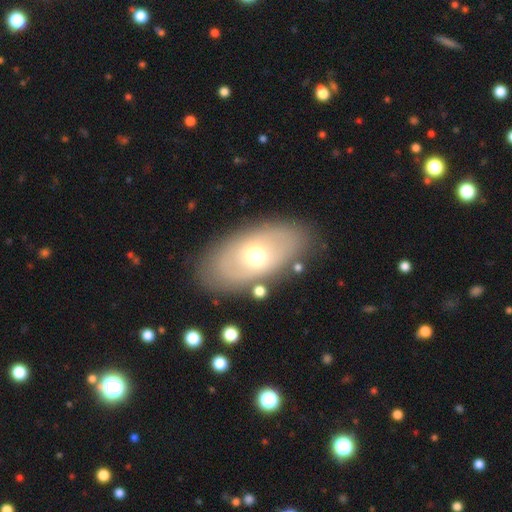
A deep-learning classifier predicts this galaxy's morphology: Smooth or featured? smooth (50%)
Merging? none (81%)